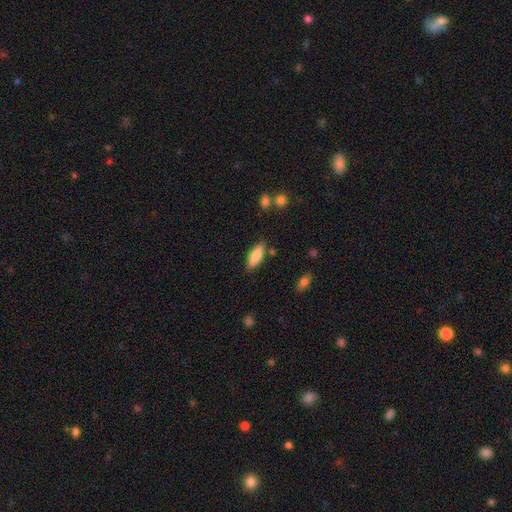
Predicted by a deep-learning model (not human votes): Morphology: type=smooth (76%); roundness=in between (63%); merging=none (82%).